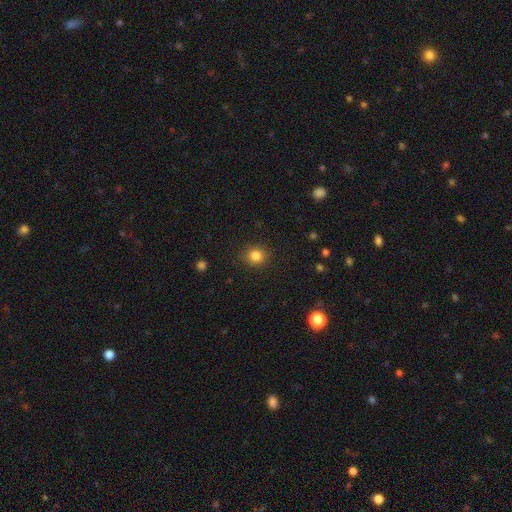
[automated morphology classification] Smooth or featured? smooth (84%)
How rounded? round (82%)
Merging? none (90%)